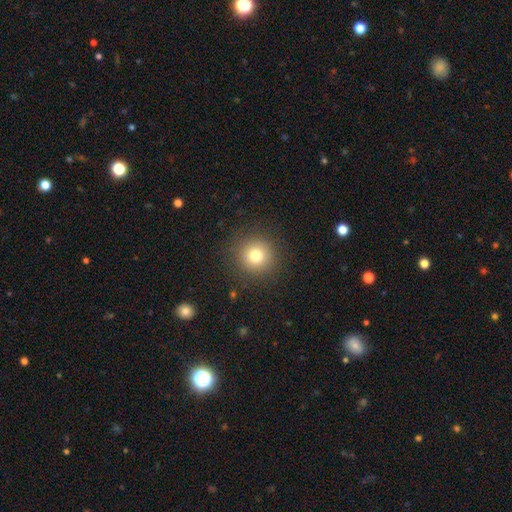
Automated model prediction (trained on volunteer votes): This is likely a smooth galaxy (77%). How rounded: clearly round (94%). Merging: clearly none (89%).